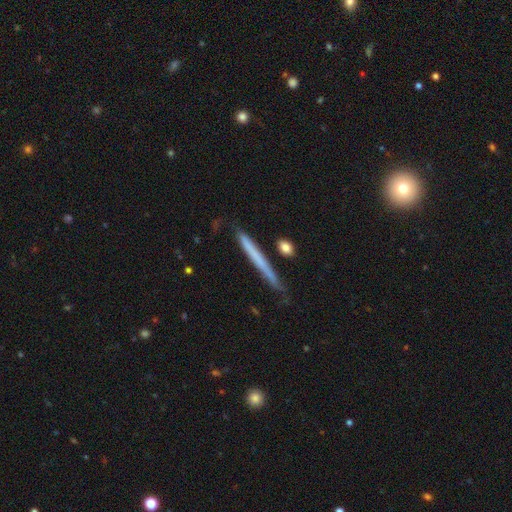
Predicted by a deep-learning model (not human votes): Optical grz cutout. It shows a smooth galaxy with no disk features (54%) that is cigar-shaped (97%). Merging: none (81%).